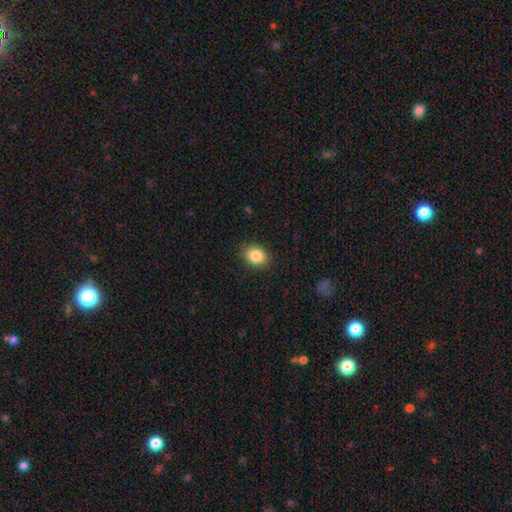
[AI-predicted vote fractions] The model was most divided on "how rounded": in between: 52%, round: 47%, cigar-shaped: 1%. More confident: merging — none (88%); smooth or featured — smooth (87%).